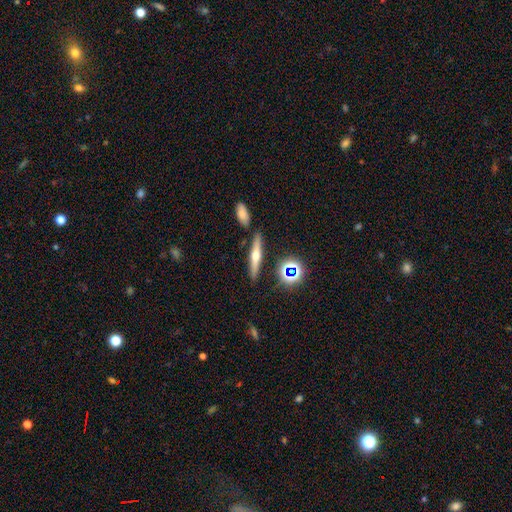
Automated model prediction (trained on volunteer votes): Smooth or featured?
  - featured or disk: 52% *
  - smooth: 37%
  - star or artifact: 11%
Edge-on disk?
  - yes: 93% *
  - no: 7%
Merging?
  - none: 85% *
  - minor disturbance: 8%
  - merger: 5%
  - major disturbance: 2%